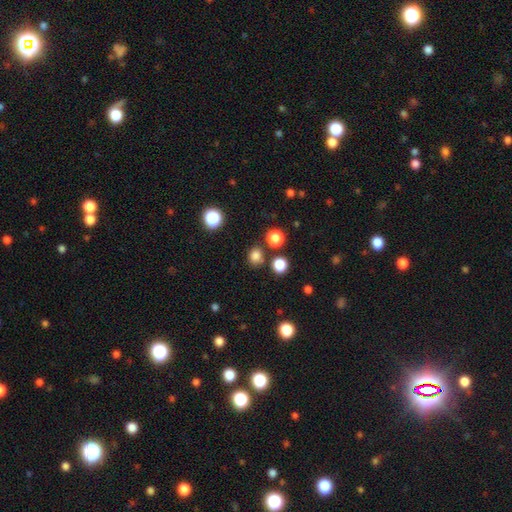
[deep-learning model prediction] Smooth or featured?
  - smooth: 80% *
  - star or artifact: 16%
  - featured or disk: 4%
How rounded?
  - round: 80% *
  - in between: 19%
  - cigar-shaped: 1%
Merging?
  - none: 79% *
  - merger: 9%
  - minor disturbance: 9%
  - major disturbance: 3%